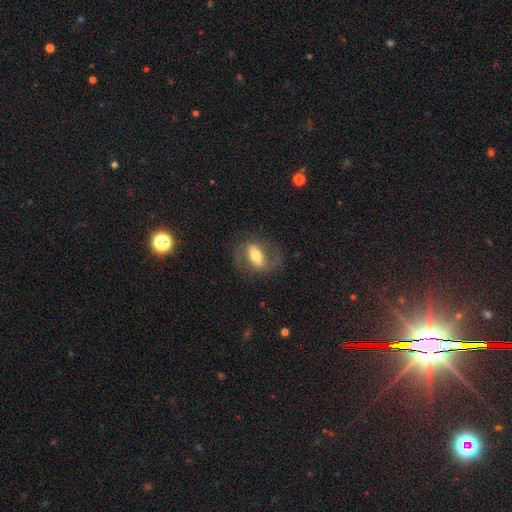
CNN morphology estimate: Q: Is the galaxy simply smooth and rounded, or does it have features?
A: featured or disk — 70%.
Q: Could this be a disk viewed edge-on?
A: no — 90%.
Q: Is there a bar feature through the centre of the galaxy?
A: strong — 56%.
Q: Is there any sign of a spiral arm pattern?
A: yes — 79%.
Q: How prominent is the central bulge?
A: moderate — 62%.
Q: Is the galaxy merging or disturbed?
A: none — 73%.